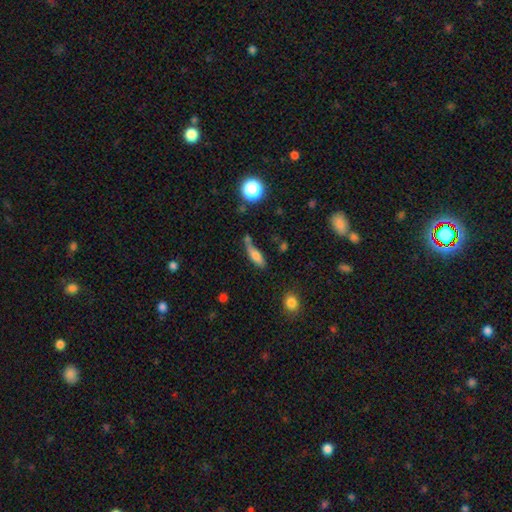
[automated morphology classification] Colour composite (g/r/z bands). It shows a smooth galaxy with no disk features (69%) that is cigar-shaped (49%). Merging: none (45%).